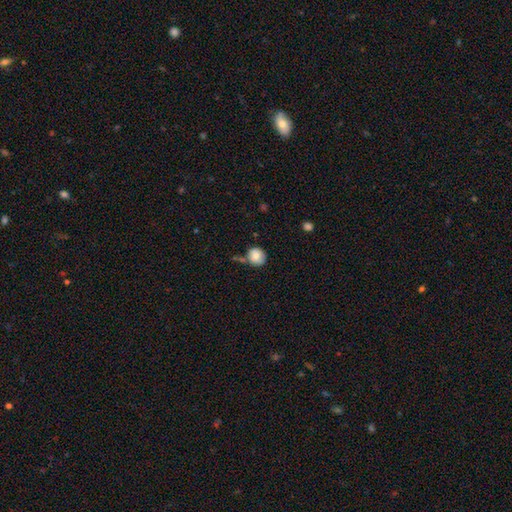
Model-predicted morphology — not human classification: Overall: smooth (76%). How rounded: round (86%). Merging: none (62%; minor disturbance 22%).